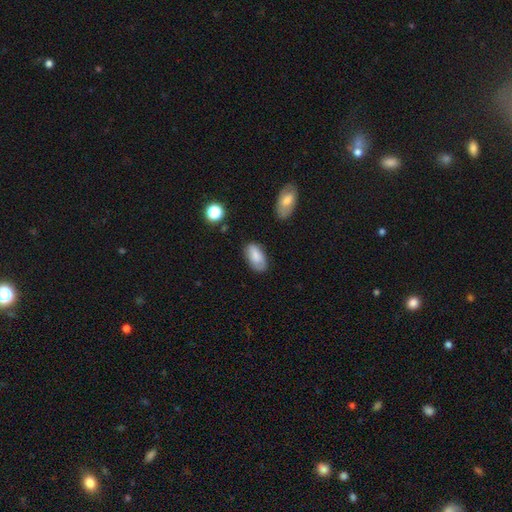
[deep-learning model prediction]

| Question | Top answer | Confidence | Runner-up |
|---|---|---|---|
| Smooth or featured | smooth | 81% | featured or disk (12%) |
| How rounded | in between | 94% | cigar-shaped (3%) |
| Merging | none | 74% | minor disturbance (20%) |